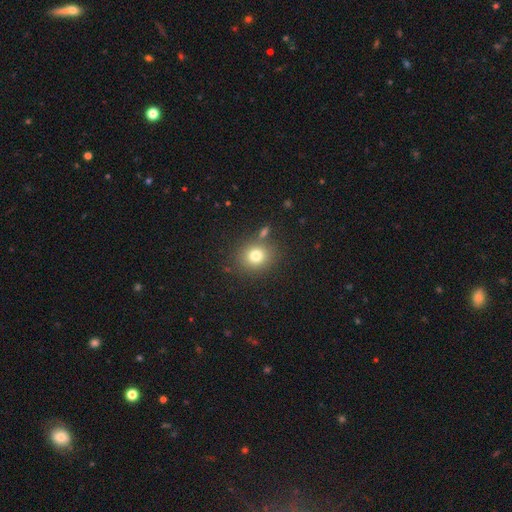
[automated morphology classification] Smooth or featured? Predicted: smooth (p=0.77). How rounded? Predicted: round (p=0.77). Merging? Predicted: none (p=0.79).